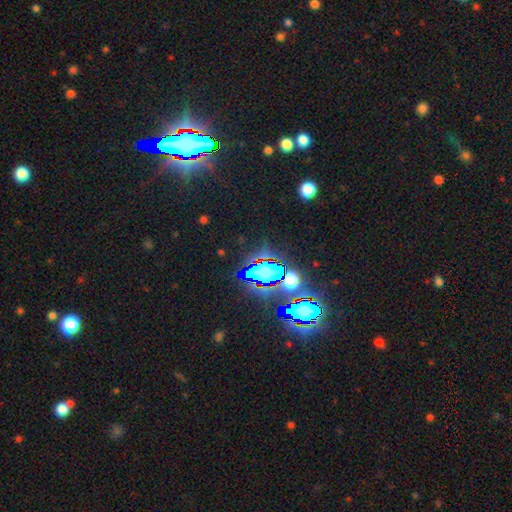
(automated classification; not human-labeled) Smooth or featured? star or artifact (81%)